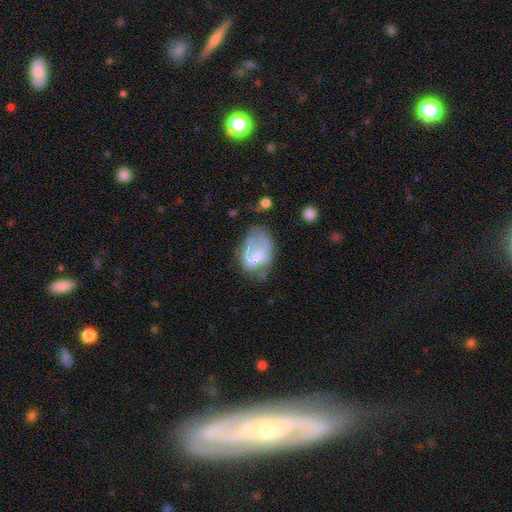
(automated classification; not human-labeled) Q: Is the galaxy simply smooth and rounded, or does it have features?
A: smooth — 51%.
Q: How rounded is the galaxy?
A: in between — 80%.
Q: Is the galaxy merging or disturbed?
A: major disturbance — 33%.